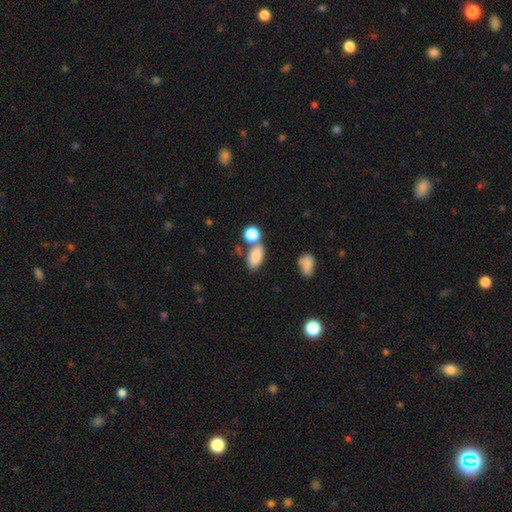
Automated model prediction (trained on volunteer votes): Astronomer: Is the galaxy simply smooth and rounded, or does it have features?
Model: smooth — 84%.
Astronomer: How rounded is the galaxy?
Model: in between — 88%.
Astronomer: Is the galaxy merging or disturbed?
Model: none — 58%.